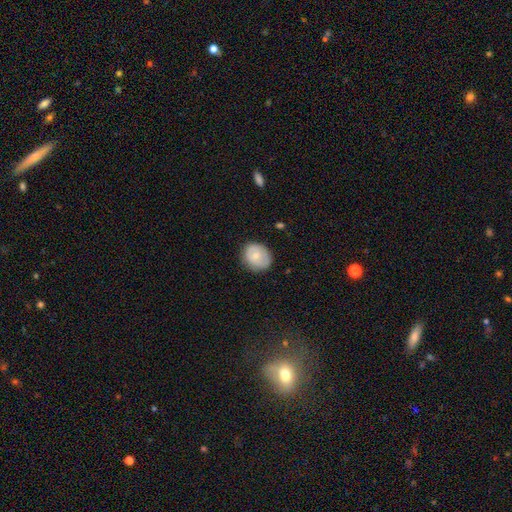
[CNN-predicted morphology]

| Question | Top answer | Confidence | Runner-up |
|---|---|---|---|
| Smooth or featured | smooth | 66% | featured or disk (27%) |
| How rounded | round | 65% | in between (34%) |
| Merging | none | 77% | minor disturbance (18%) |